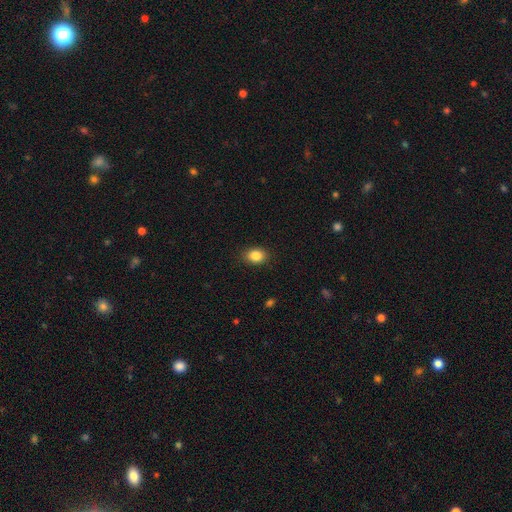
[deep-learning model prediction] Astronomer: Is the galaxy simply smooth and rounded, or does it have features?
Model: smooth — 86%.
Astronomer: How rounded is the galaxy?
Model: in between — 64%.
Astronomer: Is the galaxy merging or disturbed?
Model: none — 88%.